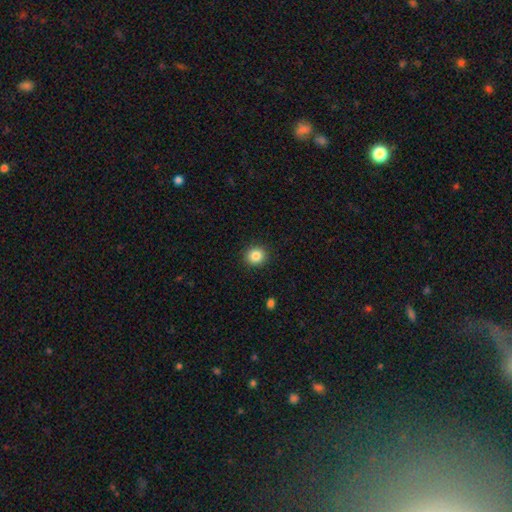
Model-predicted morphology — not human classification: smooth_or_featured: smooth (p=0.86) [alt: star or artifact p=0.10]
how_rounded: round (p=0.88) [alt: in between p=0.11]
merging: none (p=0.92) [alt: minor disturbance p=0.06]